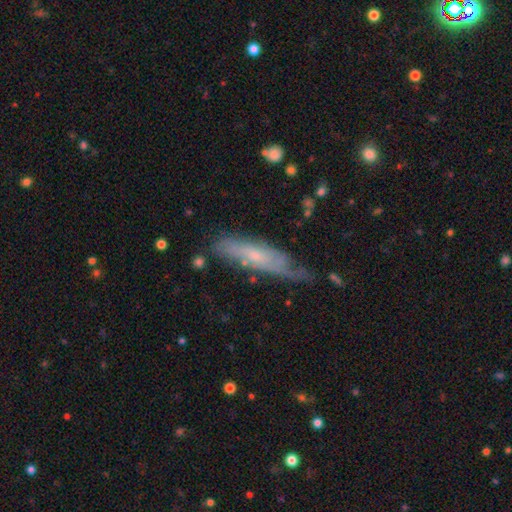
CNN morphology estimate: The model was most divided on "edge-on disk": no: 56%, yes: 44%. More confident: smooth or featured — featured or disk (55%); merging — none (51%).